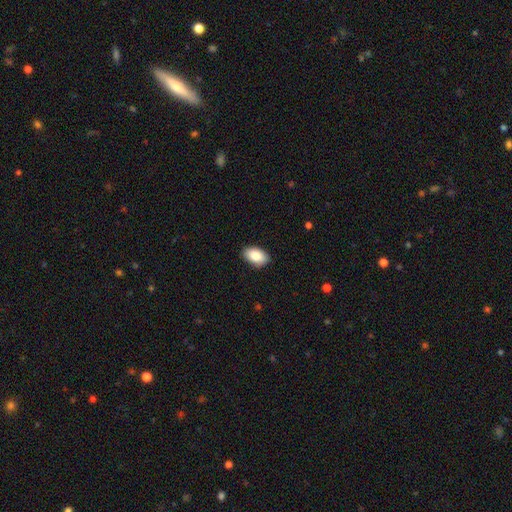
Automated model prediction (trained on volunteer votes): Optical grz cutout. It shows a smooth galaxy with no disk features (88%) that is in between round and cigar-shaped (93%). Merging: none (88%).